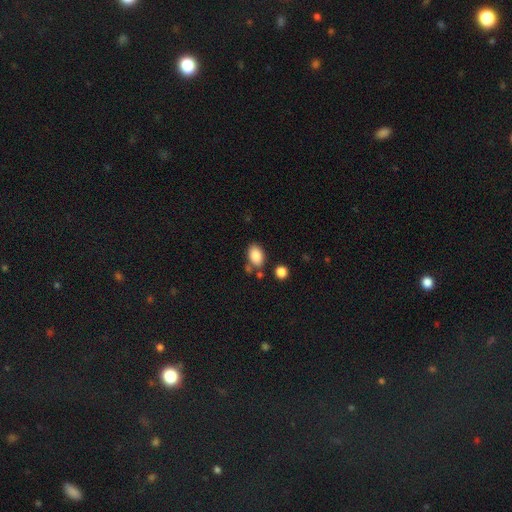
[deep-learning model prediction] A smooth galaxy with no disk features (86%) that is in between round and cigar-shaped (87%). Merging: none (71%).